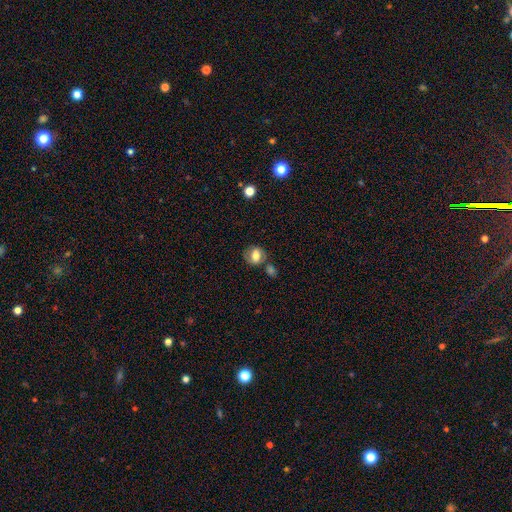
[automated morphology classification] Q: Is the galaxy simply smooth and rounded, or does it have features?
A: smooth — 63%.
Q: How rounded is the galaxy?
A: round — 50%.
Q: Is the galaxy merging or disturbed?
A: none — 55%.